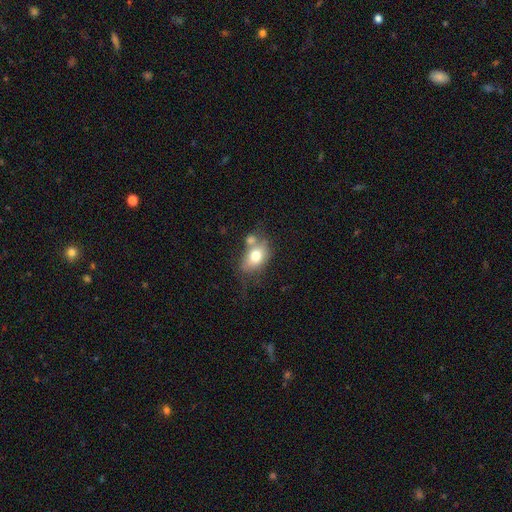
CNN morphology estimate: Overall: smooth (71%). How rounded: in between (78%). Merging: none (36%; merger 33%).